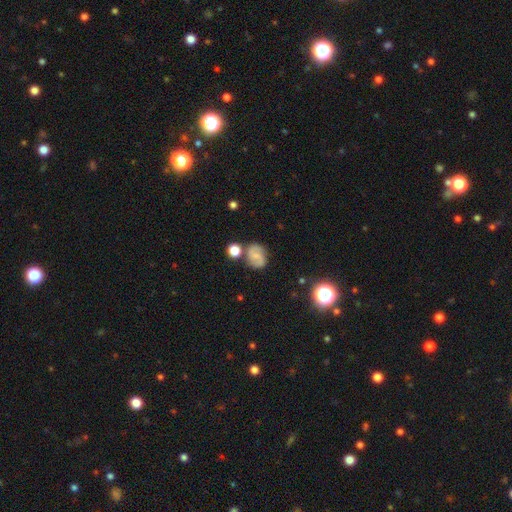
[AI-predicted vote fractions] smooth-or-featured: featured or disk: 46% | smooth: 42% | star or artifact: 12%
  merging: none: 68% | minor disturbance: 16% | merger: 11% | major disturbance: 5%